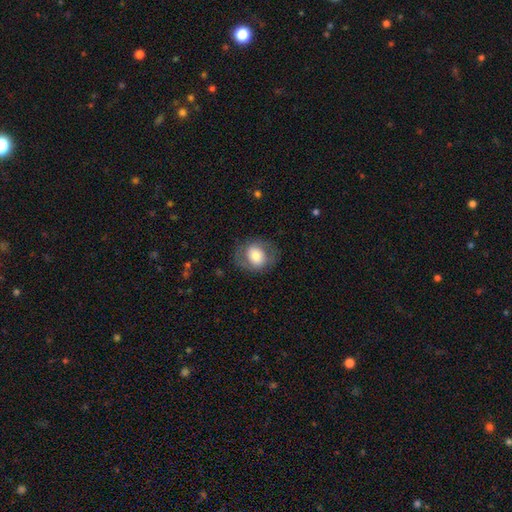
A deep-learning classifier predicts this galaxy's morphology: Smooth or featured? Predicted: smooth (p=0.63). How rounded? Predicted: round (p=0.60). Merging? Predicted: none (p=0.75).